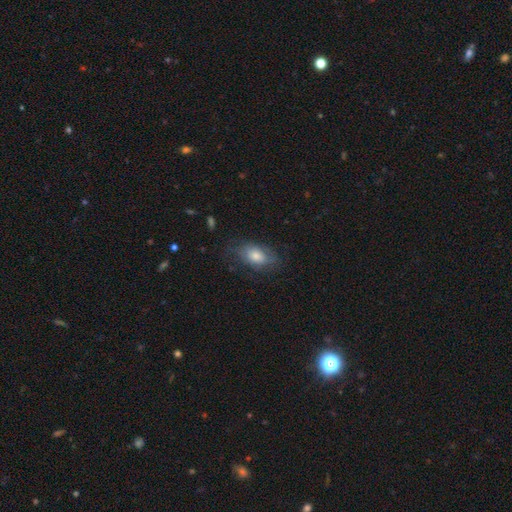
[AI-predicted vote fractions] smooth_or_featured: smooth (p=0.66) [alt: featured or disk p=0.24]
how_rounded: in between (p=0.86) [alt: round p=0.09]
merging: none (p=0.69) [alt: minor disturbance p=0.22]